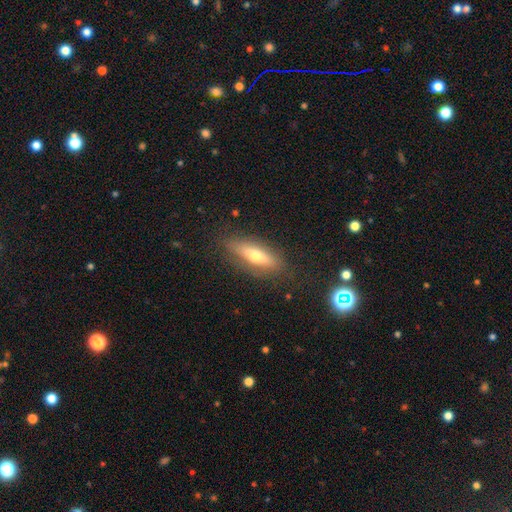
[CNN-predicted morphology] smooth-or-featured: smooth: 55% | featured or disk: 37% | star or artifact: 8%
  how-rounded: cigar-shaped: 52% | in between: 45% | round: 3%
  merging: none: 82% | minor disturbance: 12% | major disturbance: 4% | merger: 2%